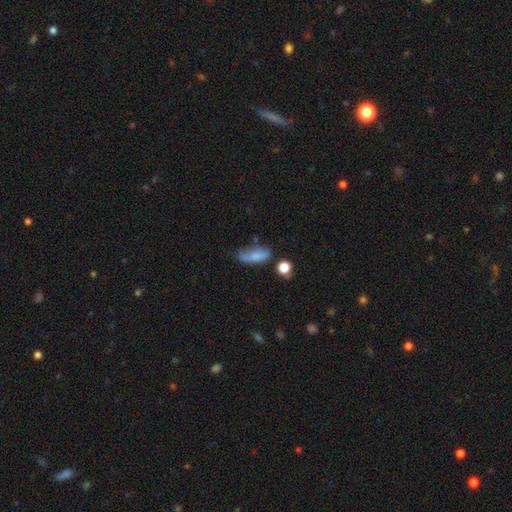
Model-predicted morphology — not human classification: Smooth or featured? Predicted: smooth (p=0.74). How rounded? Predicted: in between (p=0.75). Merging? Predicted: none (p=0.50).